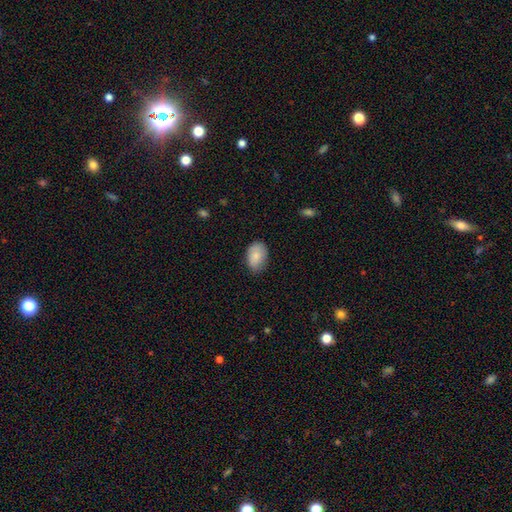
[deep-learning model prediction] The model was most divided on "merging": none: 76%, minor disturbance: 19%, major disturbance: 3%, merger: 1%. More confident: how rounded — in between (87%); smooth or featured — smooth (85%).